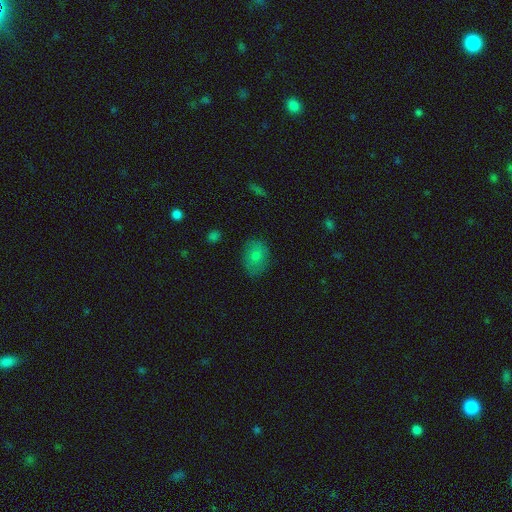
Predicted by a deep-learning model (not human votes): Smooth or featured? Predicted: smooth (p=0.70). How rounded? Predicted: in between (p=0.68). Merging? Predicted: none (p=0.79).